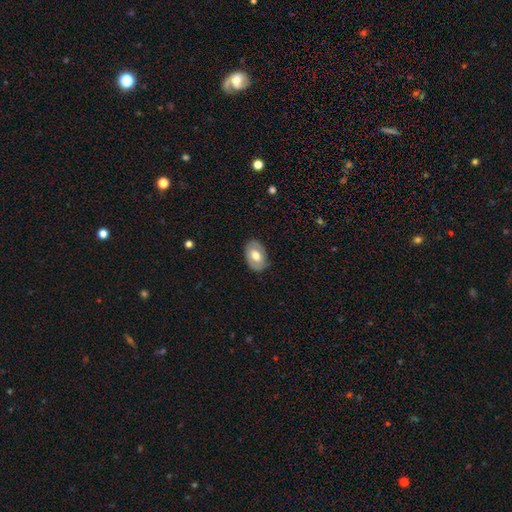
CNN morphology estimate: Smooth or featured?
  - smooth: 57% *
  - featured or disk: 36%
  - star or artifact: 6%
How rounded?
  - in between: 85% *
  - round: 14%
  - cigar-shaped: 1%
Merging?
  - none: 82% *
  - minor disturbance: 13%
  - major disturbance: 3%
  - merger: 1%